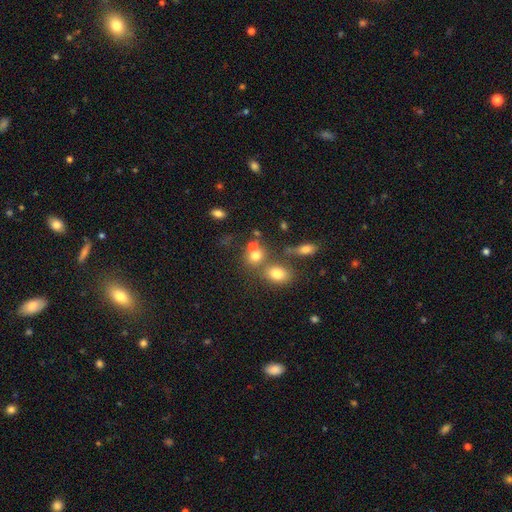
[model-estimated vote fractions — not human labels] Smooth or featured? smooth (72%)
How rounded? round (65%)
Merging? none (46%)